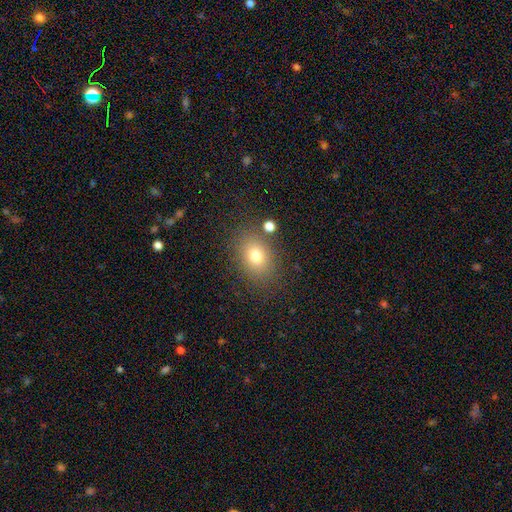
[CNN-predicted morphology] Smooth or featured?
  - smooth: 76% *
  - star or artifact: 13%
  - featured or disk: 11%
How rounded?
  - in between: 65% *
  - round: 34%
  - cigar-shaped: 1%
Merging?
  - none: 80% *
  - minor disturbance: 11%
  - major disturbance: 5%
  - merger: 4%